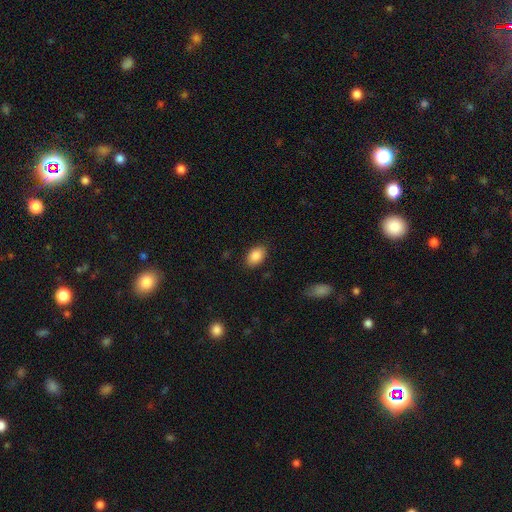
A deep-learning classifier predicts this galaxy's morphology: A smooth galaxy with no disk features (88%) that is in between round and cigar-shaped (87%).

Vote fractions:
- Smooth or featured? smooth: 88% / star or artifact: 8% / featured or disk: 5%
- How rounded? in between: 87% / round: 12% / cigar-shaped: 1%
- Merging? none: 86% / minor disturbance: 10% / major disturbance: 3% / merger: 1%